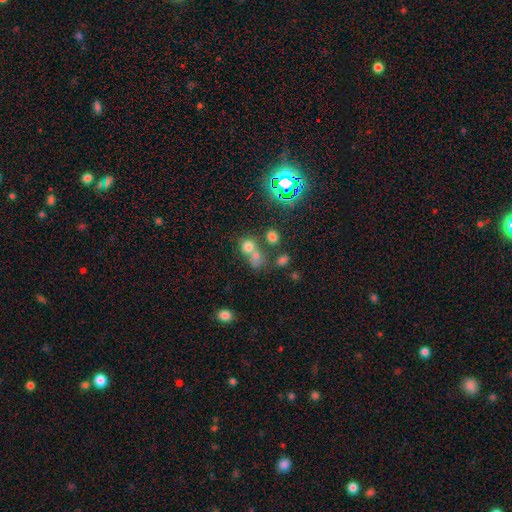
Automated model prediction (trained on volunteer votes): This is possibly a smooth galaxy (48%). Merging: possibly merger (48%).